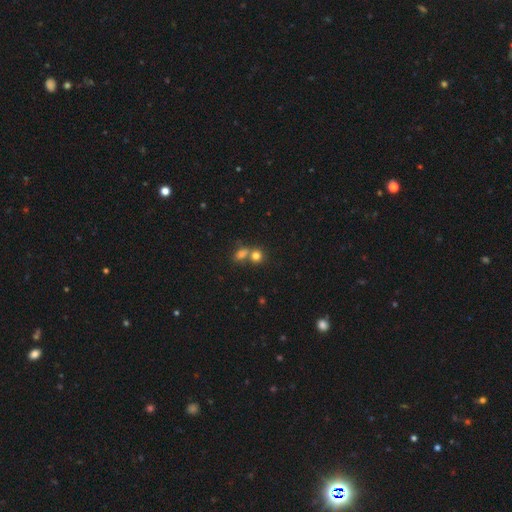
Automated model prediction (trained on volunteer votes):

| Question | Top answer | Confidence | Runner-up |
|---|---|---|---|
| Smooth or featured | smooth | 77% | star or artifact (14%) |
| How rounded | round | 73% | in between (25%) |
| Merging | none | 47% | merger (41%) |